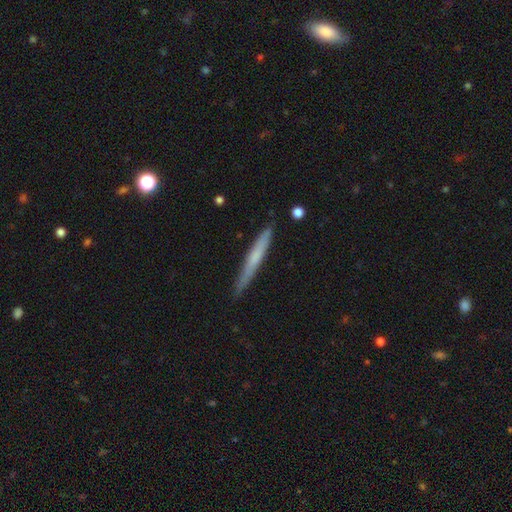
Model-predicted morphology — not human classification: smooth_or_featured: smooth (p=0.55) [alt: featured or disk p=0.39]
how_rounded: cigar-shaped (p=0.96) [alt: in between p=0.02]
merging: none (p=0.86) [alt: minor disturbance p=0.11]